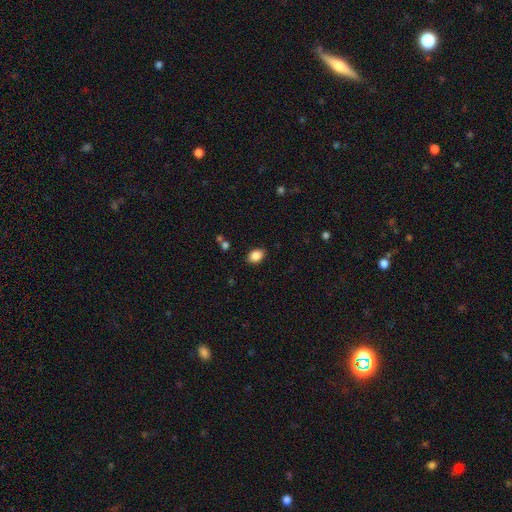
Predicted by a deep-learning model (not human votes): This is clearly a smooth galaxy (87%). How rounded: likely in between (75%). Merging: clearly none (86%).